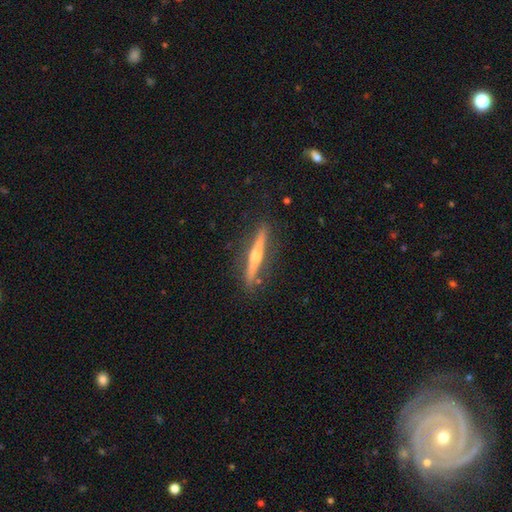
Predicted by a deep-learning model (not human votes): A featured or disk galaxy (67%) viewed edge-on (97%) with a rounded central bulge (82%). Merging: none (88%).